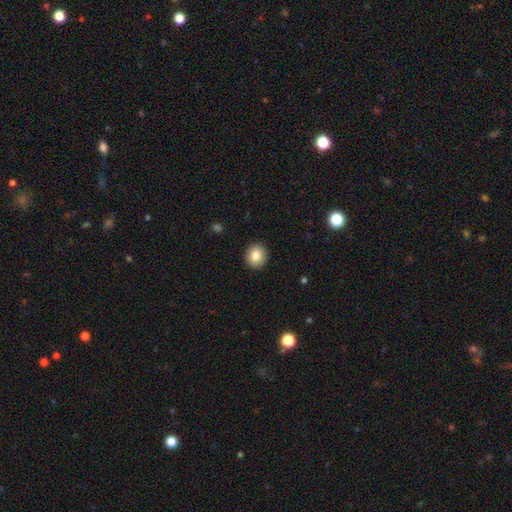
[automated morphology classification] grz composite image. It shows a smooth galaxy with no disk features (83%) that is round (86%). Merging: none (92%).